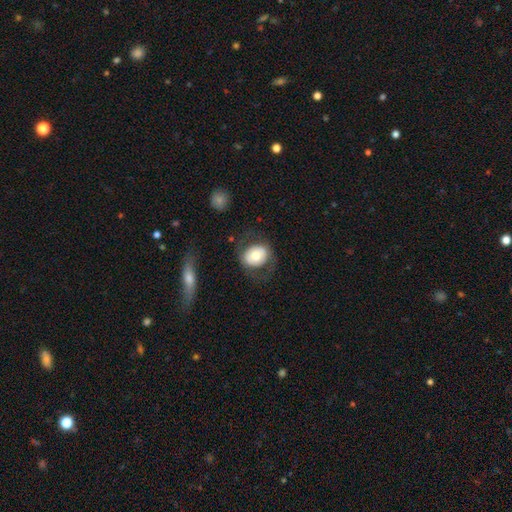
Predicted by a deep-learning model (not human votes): This is likely a smooth galaxy (62%). How rounded: likely round (60%). Merging: likely none (74%).